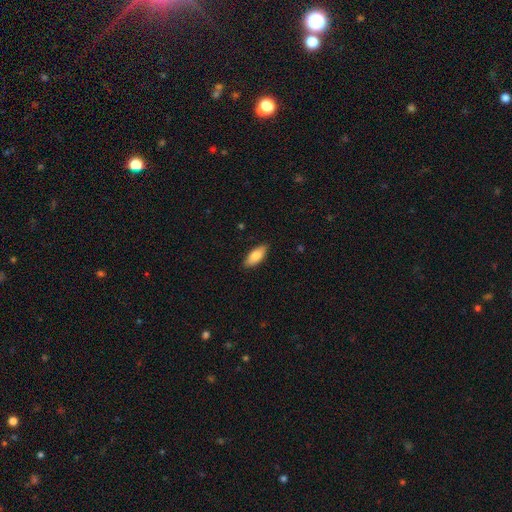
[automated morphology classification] Smooth or featured? smooth (82%)
How rounded? in between (81%)
Merging? none (87%)